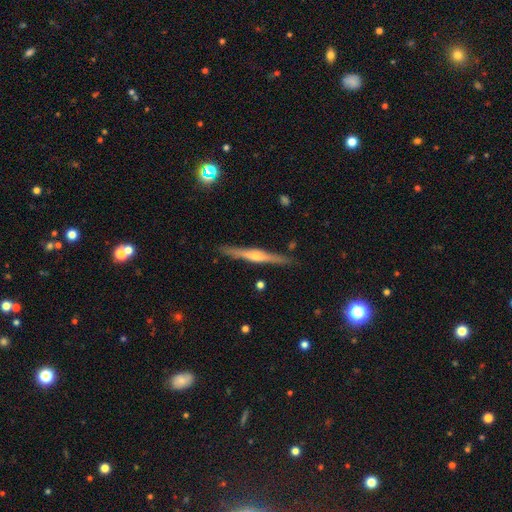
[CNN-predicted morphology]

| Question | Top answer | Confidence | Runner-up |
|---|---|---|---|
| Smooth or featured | featured or disk | 76% | smooth (18%) |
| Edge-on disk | yes | 98% | no (2%) |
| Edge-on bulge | rounded | 84% | none (11%) |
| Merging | none | 90% | minor disturbance (8%) |